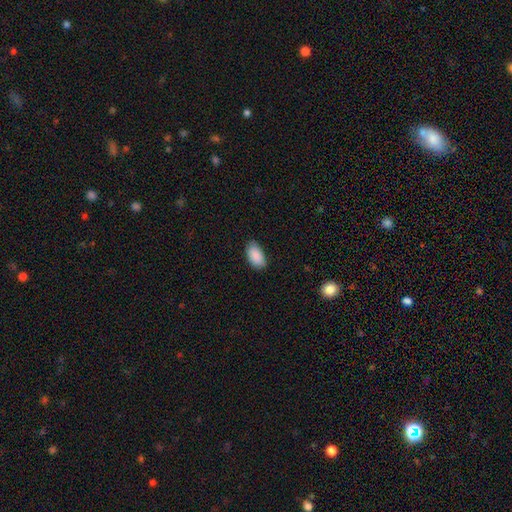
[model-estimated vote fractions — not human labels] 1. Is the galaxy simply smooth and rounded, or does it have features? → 89% smooth, 7% star or artifact, 4% featured or disk.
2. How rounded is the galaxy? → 94% in between, 3% round, 2% cigar-shaped.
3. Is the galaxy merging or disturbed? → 79% none, 17% minor disturbance, 3% major disturbance, 1% merger.